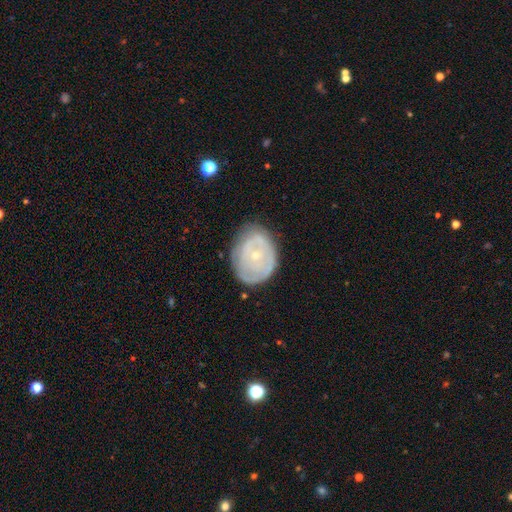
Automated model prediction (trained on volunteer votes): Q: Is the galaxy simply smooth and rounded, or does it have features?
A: featured or disk — 61%.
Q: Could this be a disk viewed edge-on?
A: no — 96%.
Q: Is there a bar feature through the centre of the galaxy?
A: no — 85%.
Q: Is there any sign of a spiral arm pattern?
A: yes — 54%.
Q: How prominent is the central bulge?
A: small — 76%.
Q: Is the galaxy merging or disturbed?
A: none — 69%.